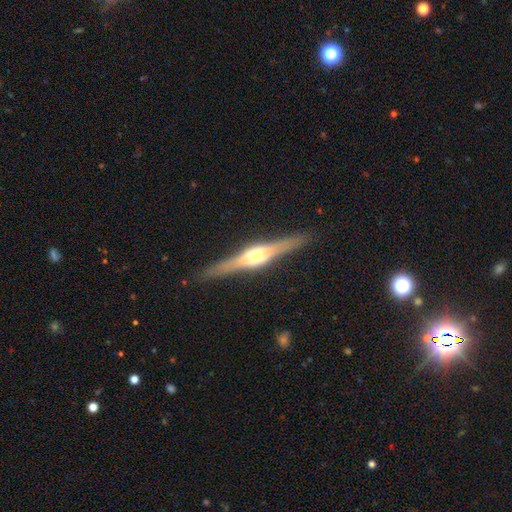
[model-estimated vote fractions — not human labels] Smooth or featured?
  - featured or disk: 79% *
  - smooth: 16%
  - star or artifact: 5%
Edge-on disk?
  - yes: 97% *
  - no: 3%
Edge-on bulge?
  - rounded: 87% *
  - boxy: 10%
  - none: 3%
Merging?
  - none: 89% *
  - minor disturbance: 8%
  - major disturbance: 2%
  - merger: 1%